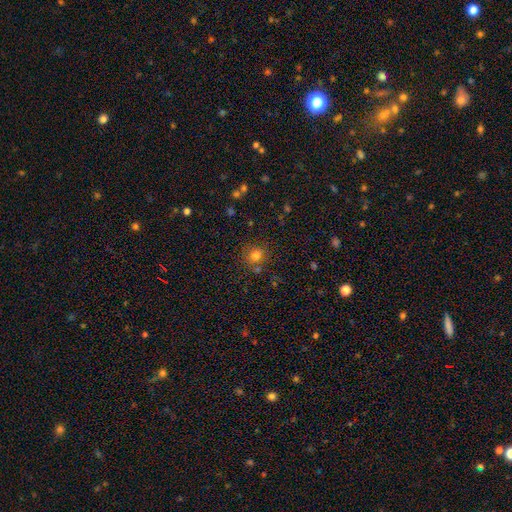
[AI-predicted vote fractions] This appears to be a smooth galaxy with no disk features (79%) that is round (84%). Merging: none (76%).